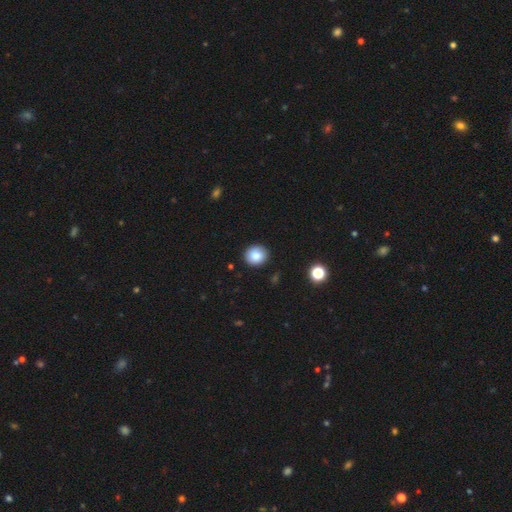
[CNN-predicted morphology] Overall: smooth (86%). How rounded: round (85%). Merging: none (89%).